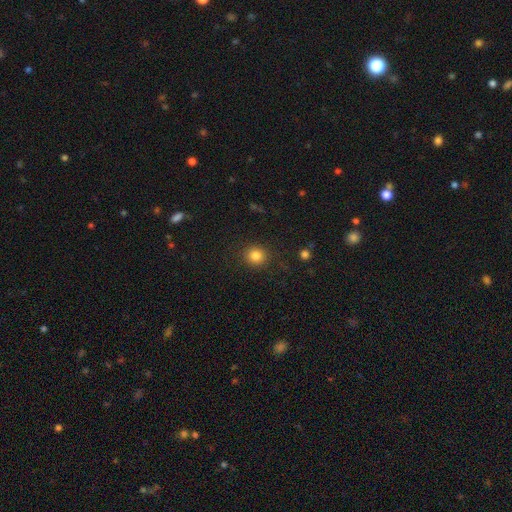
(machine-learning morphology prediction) Smooth or featured? Predicted: smooth (p=0.84). How rounded? Predicted: round (p=0.89). Merging? Predicted: none (p=0.89).